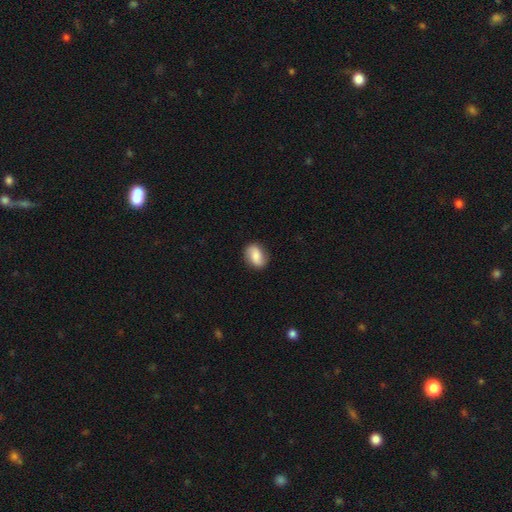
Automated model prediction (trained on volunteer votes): Overall: smooth (72%). How rounded: in between (78%). Merging: none (84%).